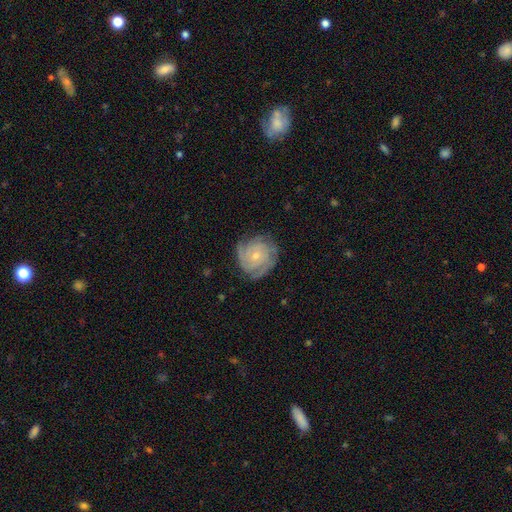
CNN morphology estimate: This is clearly a featured or disk galaxy (82%). It is clearly not viewed edge-on (98%). Bar: likely no (77%). Spiral arm pattern: clearly yes (96%). Spiral arm count: marginally 3 (32%). Spiral winding: likely tight (73%). Central bulge: likely small (66%). Merging: likely none (77%).